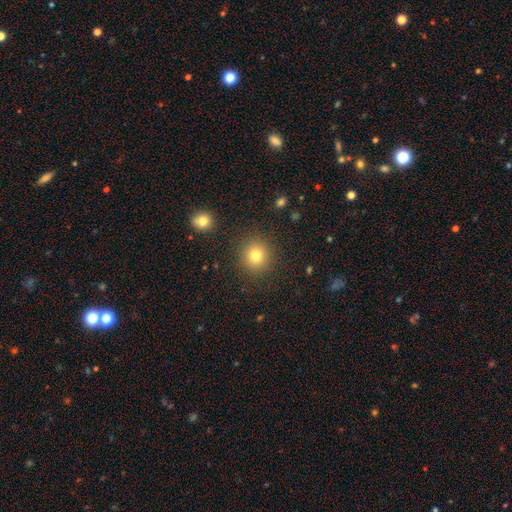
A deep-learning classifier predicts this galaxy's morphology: Smooth or featured?
  - smooth: 80% *
  - star or artifact: 13%
  - featured or disk: 7%
How rounded?
  - round: 92% *
  - in between: 8%
  - cigar-shaped: 1%
Merging?
  - none: 89% *
  - minor disturbance: 6%
  - major disturbance: 3%
  - merger: 2%